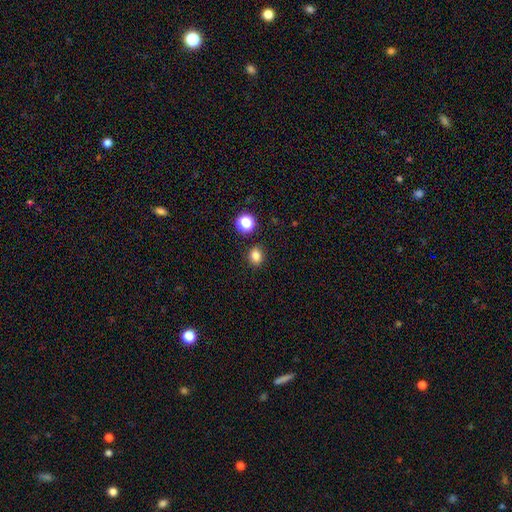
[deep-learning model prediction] This is clearly a smooth galaxy (80%). How rounded: likely round (63%). Merging: clearly none (88%).